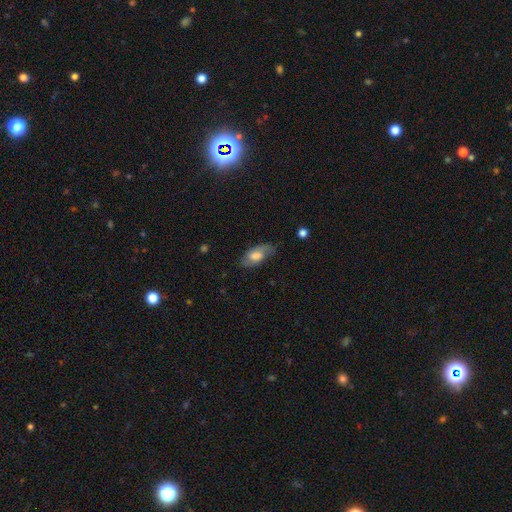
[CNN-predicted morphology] smooth_or_featured: smooth (p=0.57) [alt: featured or disk p=0.36]
how_rounded: in between (p=0.88) [alt: cigar-shaped p=0.08]
merging: none (p=0.68) [alt: minor disturbance p=0.23]